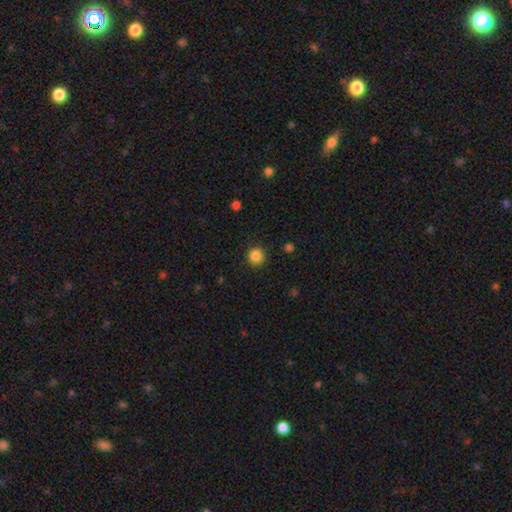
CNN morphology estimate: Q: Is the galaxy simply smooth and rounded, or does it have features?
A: smooth — 86%.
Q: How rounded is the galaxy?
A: round — 93%.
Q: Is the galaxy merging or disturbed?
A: none — 90%.